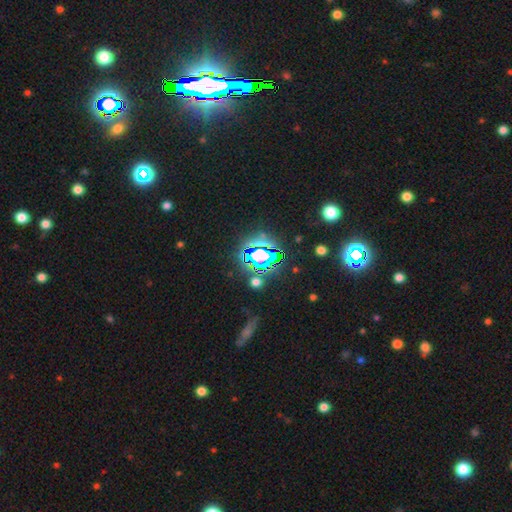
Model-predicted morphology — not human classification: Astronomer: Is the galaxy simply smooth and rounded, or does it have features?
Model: star or artifact — 74%.